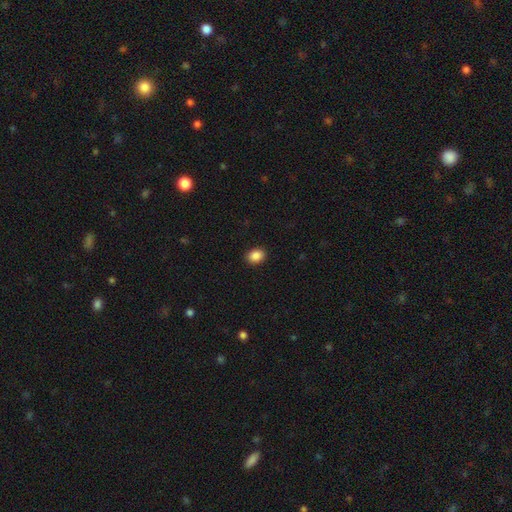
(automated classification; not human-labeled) Smooth or featured?
  - smooth: 89% *
  - star or artifact: 9%
  - featured or disk: 3%
How rounded?
  - in between: 61% *
  - round: 38%
  - cigar-shaped: 1%
Merging?
  - none: 90% *
  - minor disturbance: 7%
  - major disturbance: 2%
  - merger: 1%